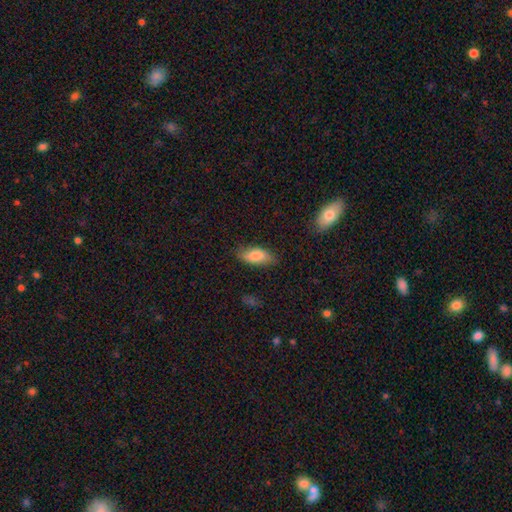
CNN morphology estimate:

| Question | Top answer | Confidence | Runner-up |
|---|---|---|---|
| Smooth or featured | smooth | 82% | featured or disk (12%) |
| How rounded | in between | 87% | cigar-shaped (10%) |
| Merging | none | 78% | minor disturbance (17%) |